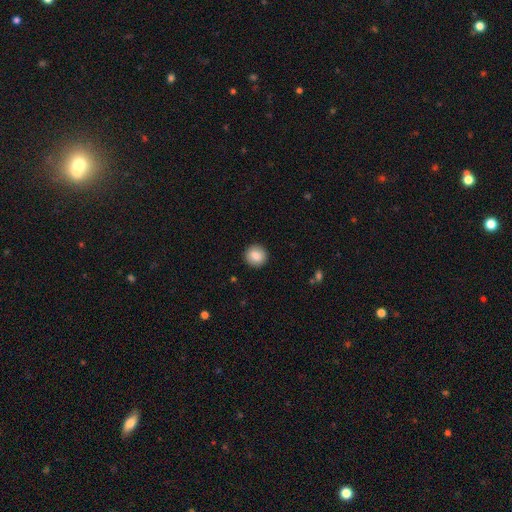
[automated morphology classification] A smooth galaxy with no disk features (88%) that is round (93%). Merging: none (92%).